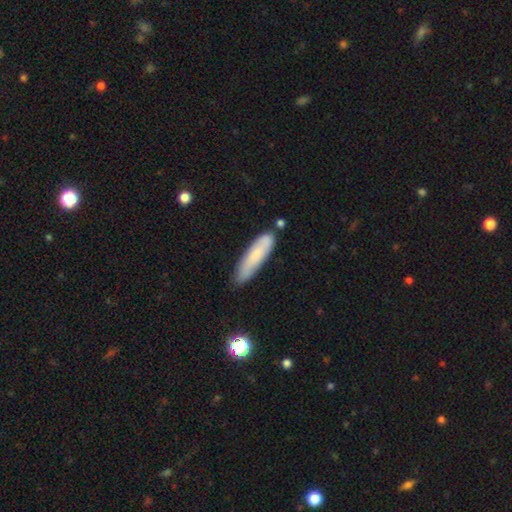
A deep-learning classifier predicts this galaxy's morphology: A smooth galaxy with no disk features (70%) that is cigar-shaped (72%). Merging: none (72%).